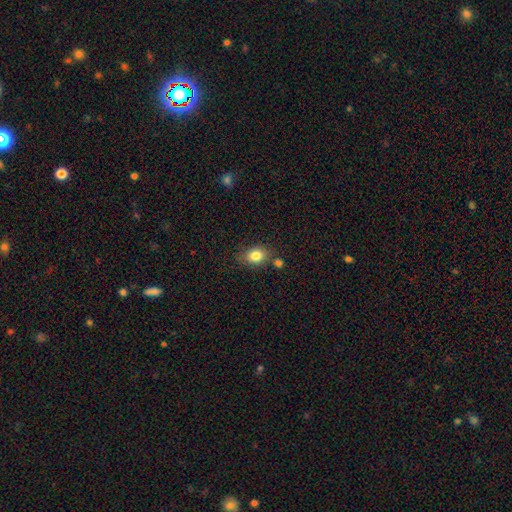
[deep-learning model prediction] Smooth or featured? Predicted: smooth (p=0.83). How rounded? Predicted: in between (p=0.65). Merging? Predicted: none (p=0.71).